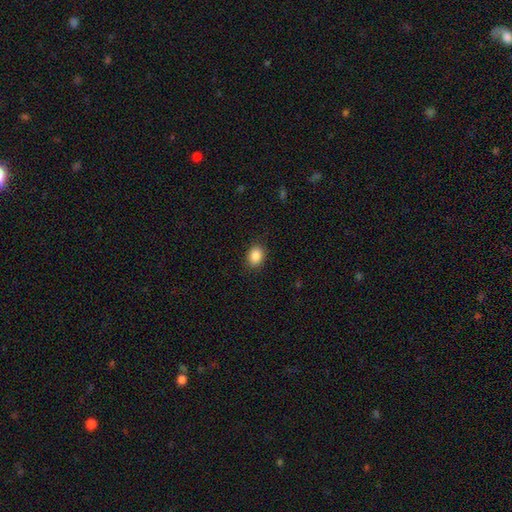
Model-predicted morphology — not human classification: smooth-or-featured: smooth: 87% | star or artifact: 9% | featured or disk: 4%
  how-rounded: in between: 60% | round: 39% | cigar-shaped: 1%
  merging: none: 88% | minor disturbance: 9% | major disturbance: 2% | merger: 1%